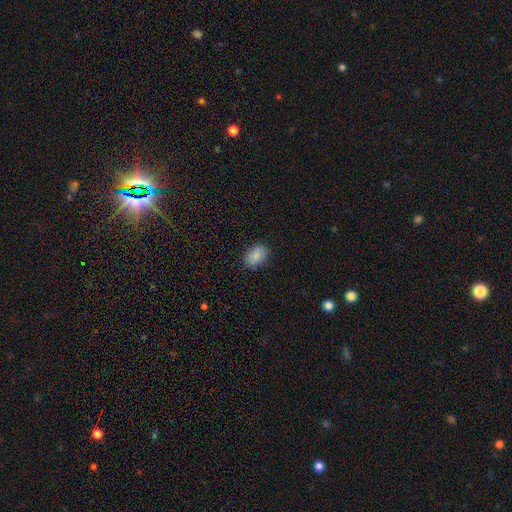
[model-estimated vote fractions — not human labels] smooth 88%, star or artifact 8%, featured or disk 5%. Down the decision tree: how rounded — in between (85%); merging — none (86%).